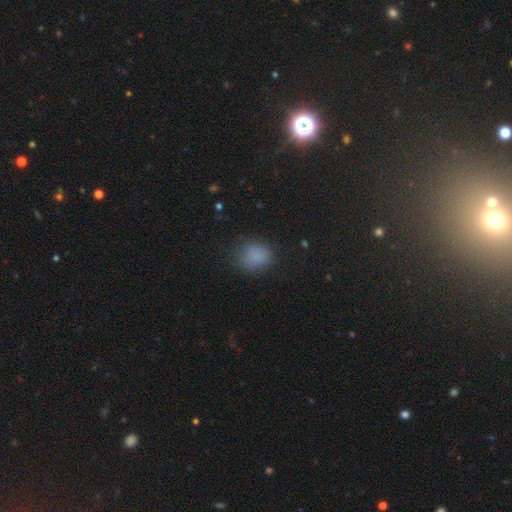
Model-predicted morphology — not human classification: Smooth or featured? smooth (81%)
How rounded? round (60%)
Merging? none (70%)